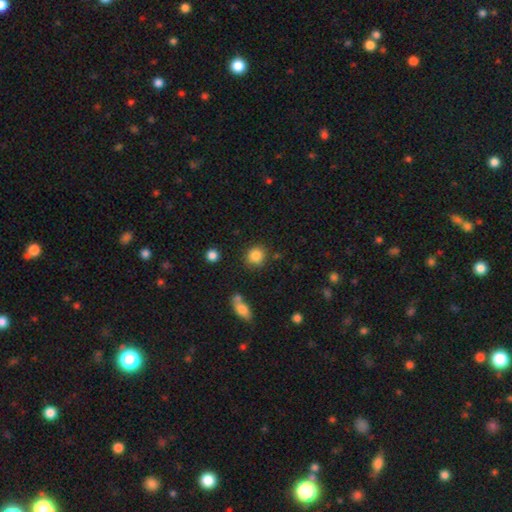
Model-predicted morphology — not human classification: Smooth or featured? smooth (85%)
How rounded? round (86%)
Merging? none (83%)